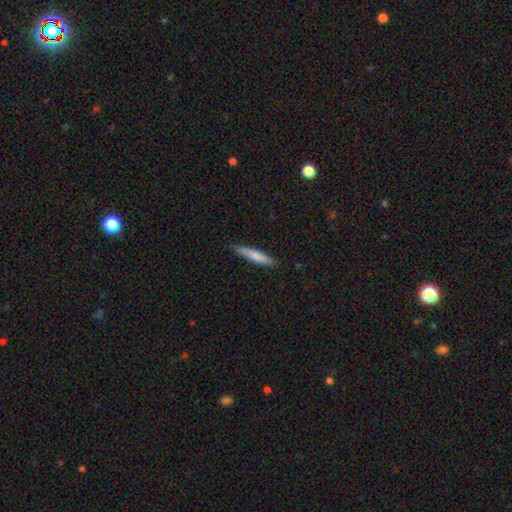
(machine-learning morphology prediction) smooth-or-featured: smooth: 74% | featured or disk: 20% | star or artifact: 6%
  how-rounded: cigar-shaped: 92% | in between: 7% | round: 1%
  merging: none: 83% | minor disturbance: 14% | major disturbance: 2% | merger: 1%